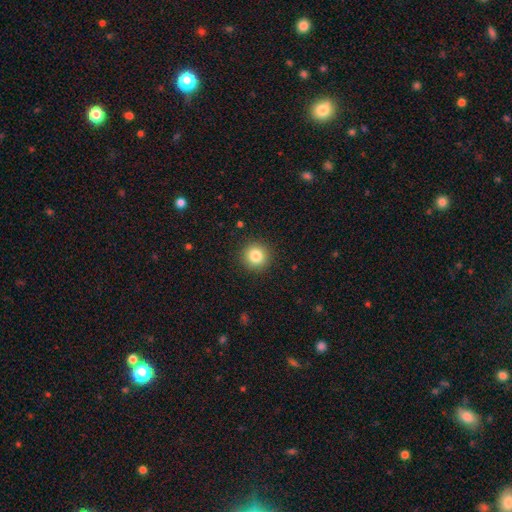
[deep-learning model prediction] Smooth or featured: smooth — 83% (star or artifact — 11%)
How rounded: round — 95% (in between — 4%)
Merging: none — 91% (minor disturbance — 6%)